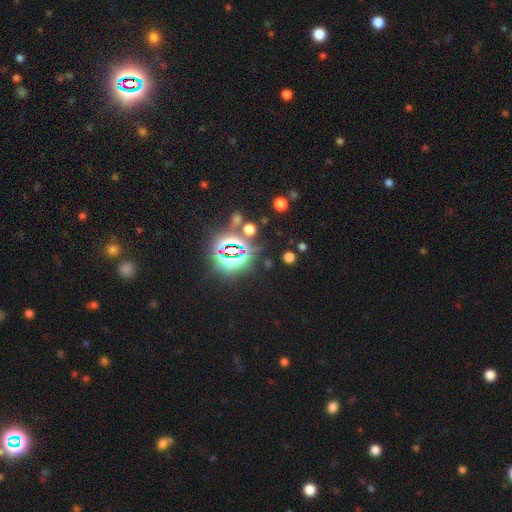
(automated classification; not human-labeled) Smooth or featured? star or artifact (82%)